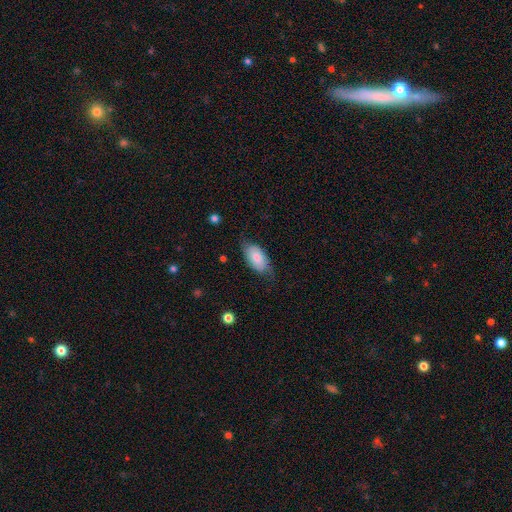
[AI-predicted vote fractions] The model was most divided on "merging": none: 61%, minor disturbance: 28%, major disturbance: 9%, merger: 1%. More confident: how rounded — in between (93%); smooth or featured — smooth (71%).